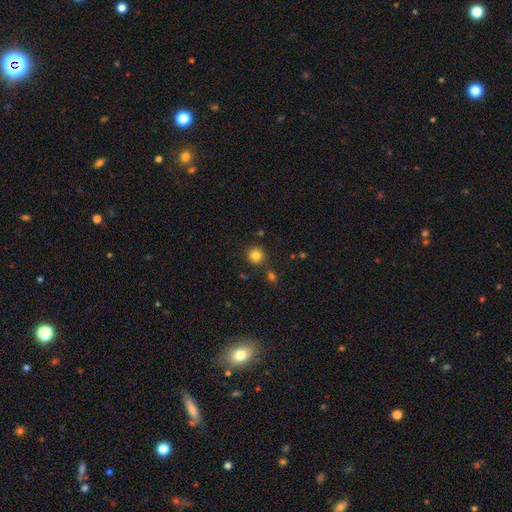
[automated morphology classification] The model was most divided on "smooth or featured": smooth: 82%, star or artifact: 12%, featured or disk: 5%. More confident: how rounded — round (93%); merging — none (85%).